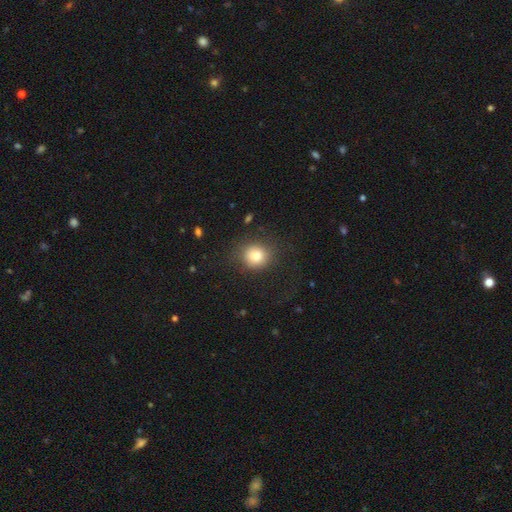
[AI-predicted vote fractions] Smooth or featured?
  - smooth: 80% *
  - star or artifact: 11%
  - featured or disk: 9%
How rounded?
  - round: 83% *
  - in between: 16%
  - cigar-shaped: 1%
Merging?
  - none: 79% *
  - minor disturbance: 13%
  - major disturbance: 6%
  - merger: 1%